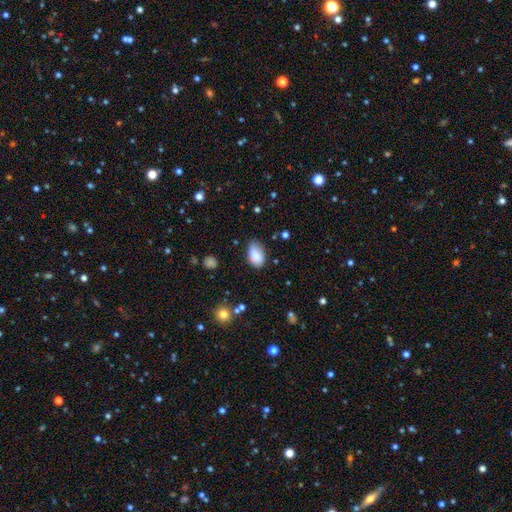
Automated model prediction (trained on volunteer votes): A smooth galaxy with no disk features (87%) that is in between round and cigar-shaped (92%). Merging: none (68%).